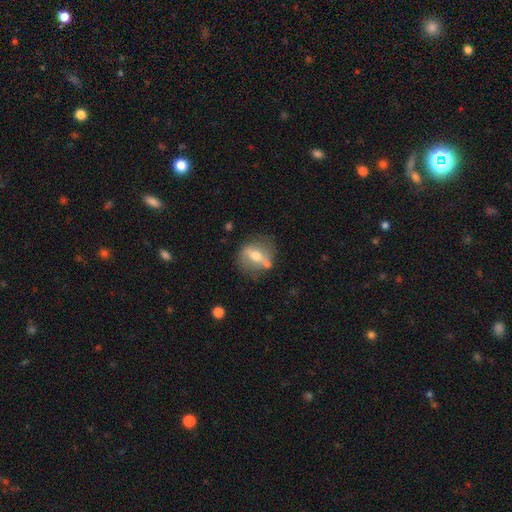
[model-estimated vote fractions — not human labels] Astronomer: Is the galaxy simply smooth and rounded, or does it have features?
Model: featured or disk — 54% (runner-up: smooth, 38%).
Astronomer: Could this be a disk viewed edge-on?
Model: no — 74%.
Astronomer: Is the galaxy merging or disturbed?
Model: none — 66%.